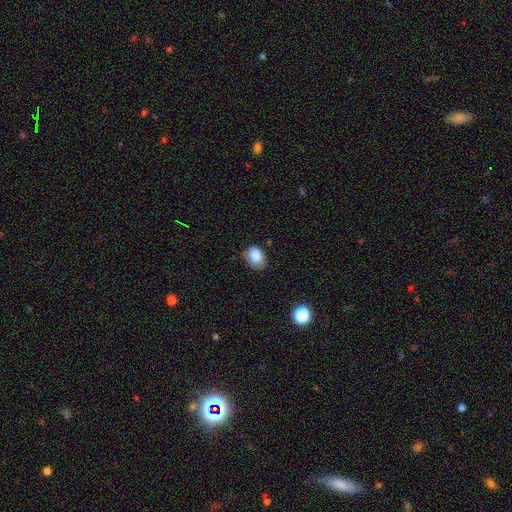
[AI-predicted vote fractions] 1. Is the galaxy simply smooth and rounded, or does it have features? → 85% smooth, 9% star or artifact, 6% featured or disk.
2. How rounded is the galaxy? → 69% in between, 31% round, 1% cigar-shaped.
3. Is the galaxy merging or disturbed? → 63% none, 29% minor disturbance, 6% major disturbance, 2% merger.